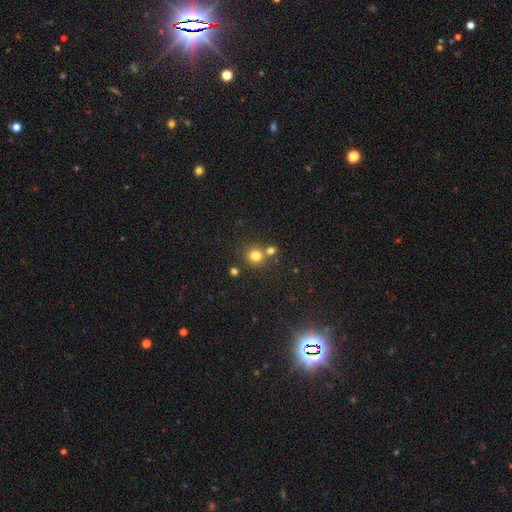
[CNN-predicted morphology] A smooth galaxy with no disk features (79%) that is round (89%). Merging: none (66%).